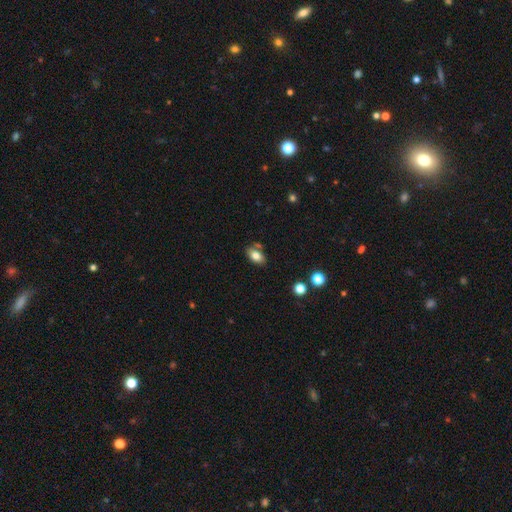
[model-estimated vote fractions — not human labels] Morphology: type=smooth (79%); roundness=in between (90%); merging=none (71%).